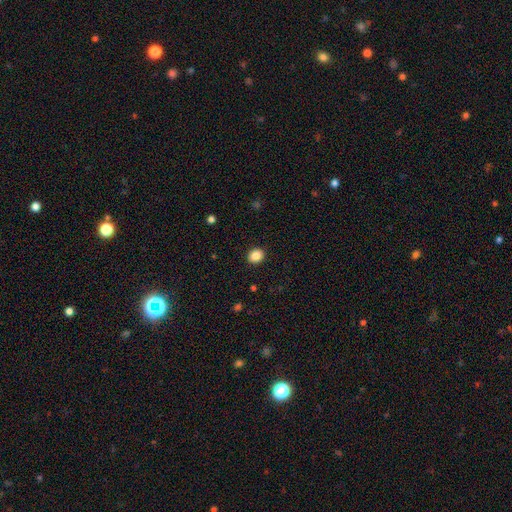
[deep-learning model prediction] Smooth or featured?
  - smooth: 86% *
  - star or artifact: 10%
  - featured or disk: 4%
How rounded?
  - round: 68% *
  - in between: 31%
  - cigar-shaped: 1%
Merging?
  - none: 91% *
  - minor disturbance: 6%
  - major disturbance: 2%
  - merger: 1%